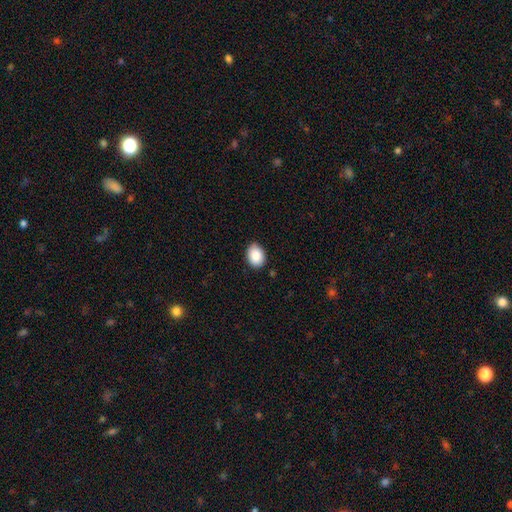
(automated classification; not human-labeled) Smooth or featured? smooth (88%)
How rounded? in between (72%)
Merging? none (86%)